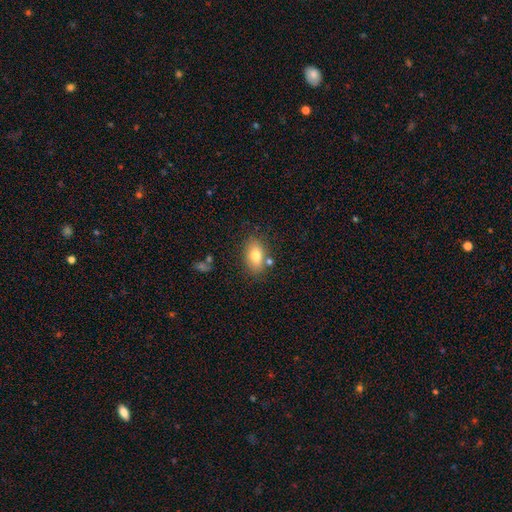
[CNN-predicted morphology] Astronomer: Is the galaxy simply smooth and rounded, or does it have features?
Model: smooth — 77%.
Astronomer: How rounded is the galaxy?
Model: in between — 87%.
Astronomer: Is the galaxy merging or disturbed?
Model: none — 76%.